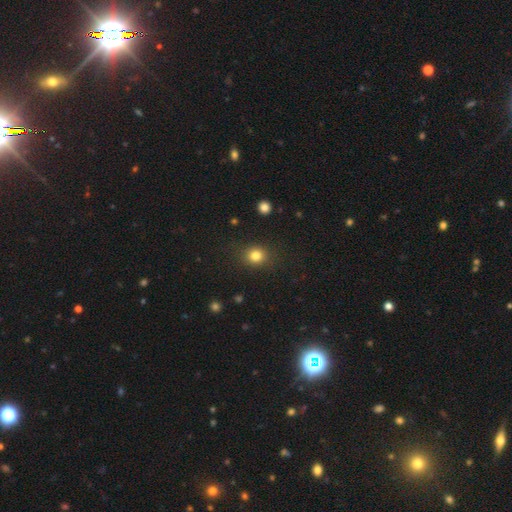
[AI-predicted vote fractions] Smooth or featured? Predicted: smooth (p=0.83). How rounded? Predicted: round (p=0.76). Merging? Predicted: none (p=0.87).